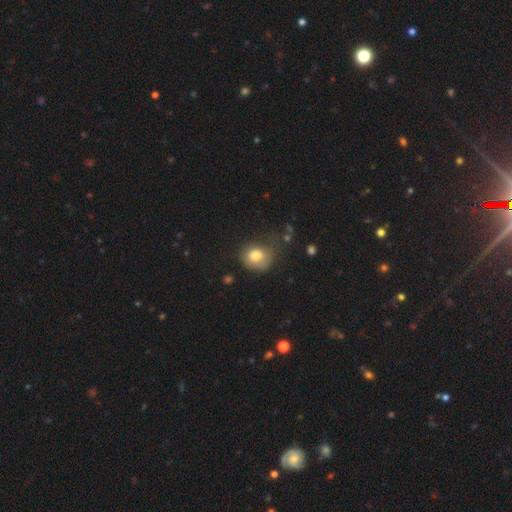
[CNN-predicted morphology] This appears to be a smooth galaxy with no disk features (78%) that is round (59%). Merging: none (45%).